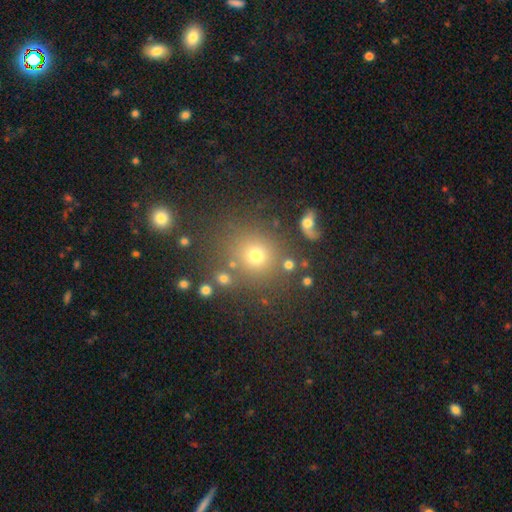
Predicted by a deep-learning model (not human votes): Morphology: type=smooth (70%); roundness=round (86%); merging=none (77%).